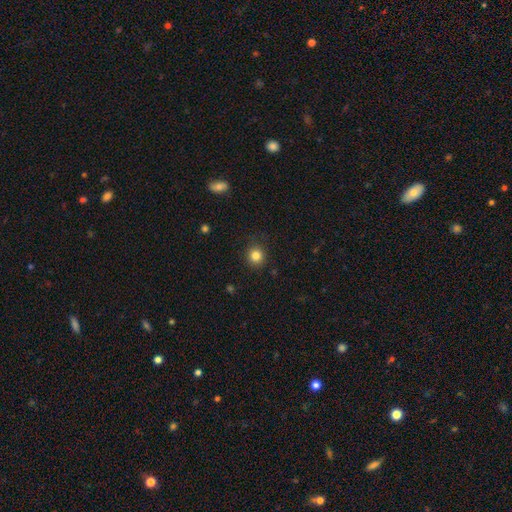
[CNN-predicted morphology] Q: Smooth or featured?
A: smooth (83%); runner-up: star or artifact (12%)
Q: How rounded?
A: round (89%); runner-up: in between (10%)
Q: Merging?
A: none (89%); runner-up: minor disturbance (8%)